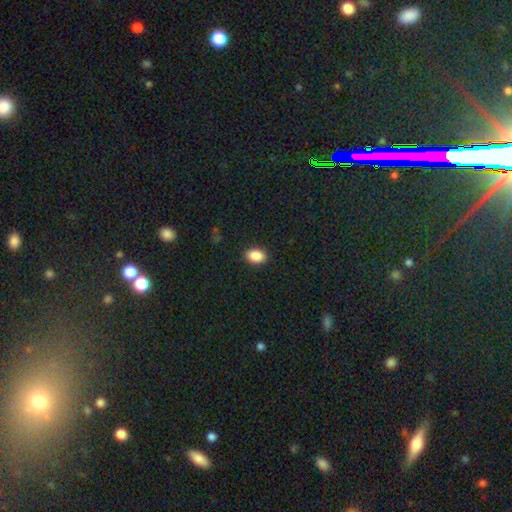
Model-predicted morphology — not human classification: This appears to be a smooth galaxy with no disk features (88%) that is in between round and cigar-shaped (78%). Merging: none (89%).